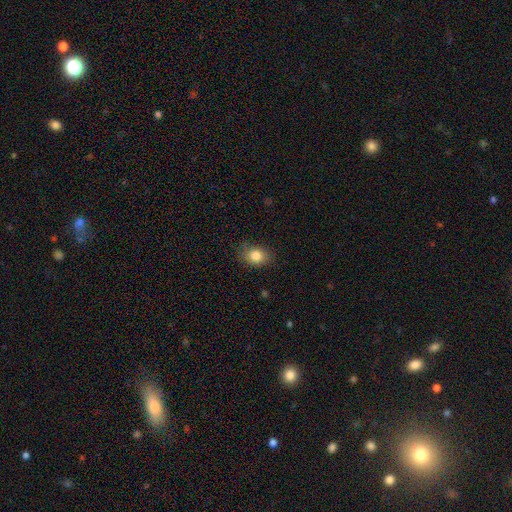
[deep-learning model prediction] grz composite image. It shows a smooth galaxy with no disk features (84%) that is in between round and cigar-shaped (59%). Merging: none (81%).